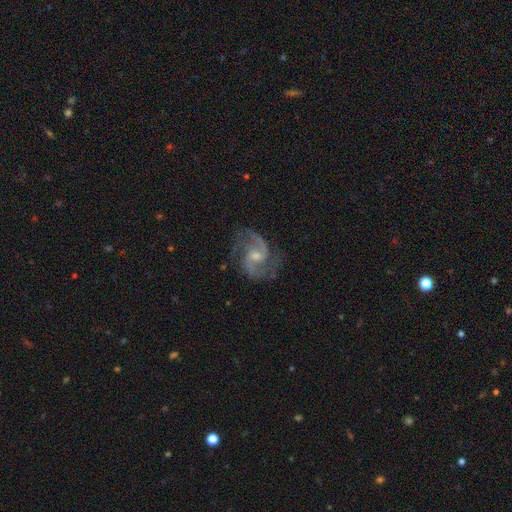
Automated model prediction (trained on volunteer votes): Smooth or featured: featured or disk — 90% (star or artifact — 6%)
Edge-on disk: no — 98% (yes — 2%)
Bar: weak — 46% (no — 44%)
Spiral arms: yes — 98% (no — 2%)
Spiral winding: medium — 59% (loose — 26%)
Spiral arm count: 2 — 85% (3 — 6%)
Bulge size: small — 49% (moderate — 44%)
Merging: none — 76% (minor disturbance — 16%)